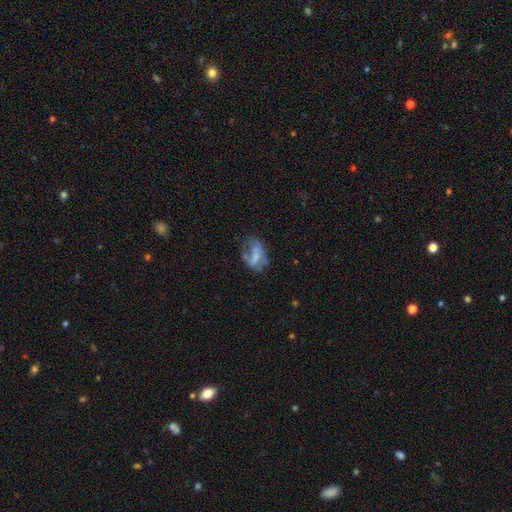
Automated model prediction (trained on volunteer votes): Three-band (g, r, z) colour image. It shows a featured or disk galaxy (49%). Merging: none (34%, tied with major disturbance).